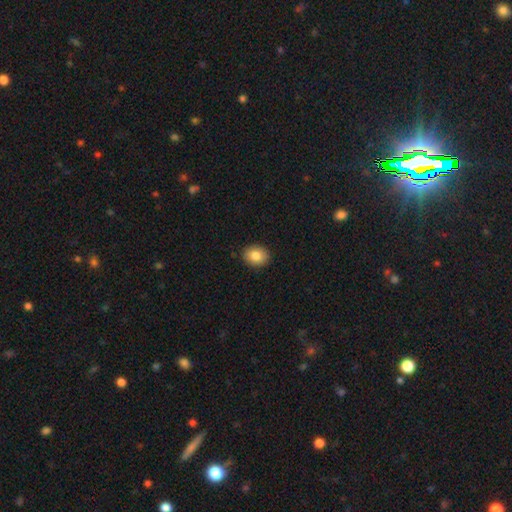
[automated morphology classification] Smooth or featured? smooth (85%)
How rounded? in between (56%)
Merging? none (90%)